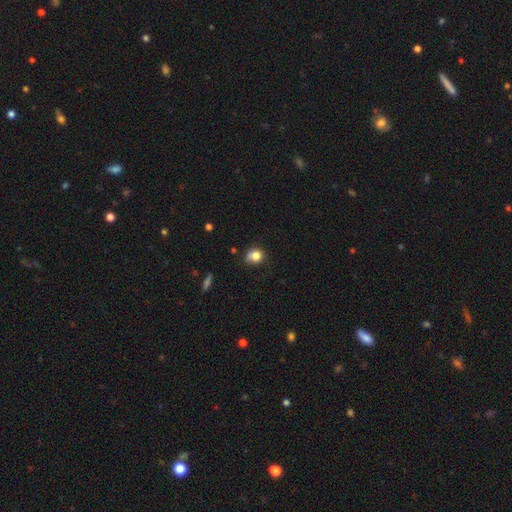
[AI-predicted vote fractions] Morphology: type=smooth (80%); roundness=round (66%); merging=none (58%).